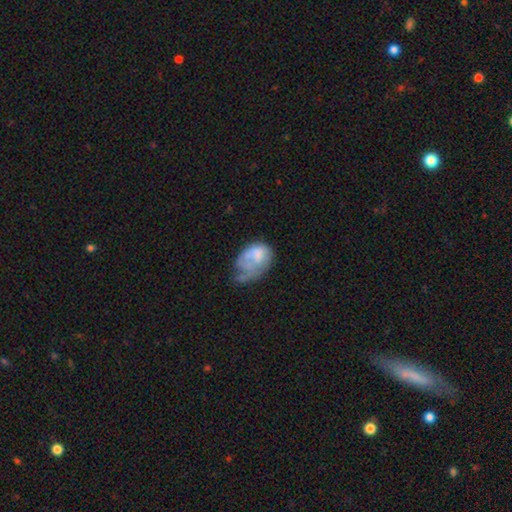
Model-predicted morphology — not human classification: A smooth galaxy with no disk features (56%) that is in between round and cigar-shaped (80%). Merging: major disturbance (41%).